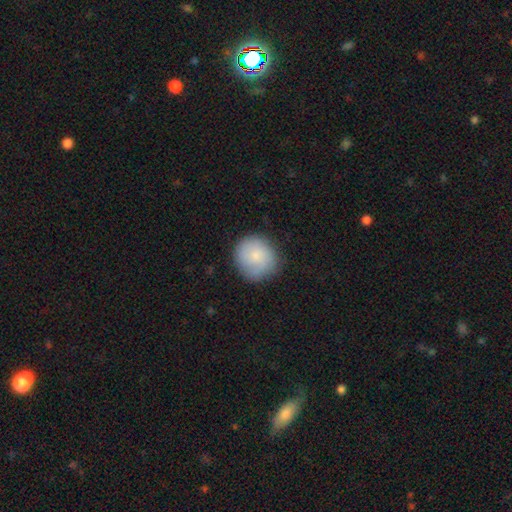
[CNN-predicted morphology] type=smooth (79%); roundness=round (88%); merging=none (80%).